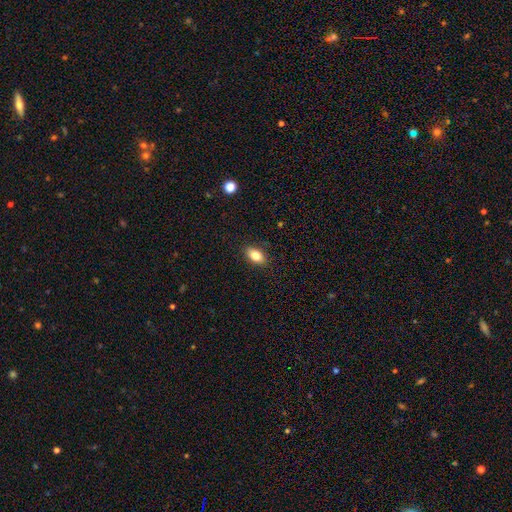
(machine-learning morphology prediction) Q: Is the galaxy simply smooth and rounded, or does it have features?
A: smooth — 80%.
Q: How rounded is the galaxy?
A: in between — 88%.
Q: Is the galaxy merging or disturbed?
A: none — 88%.